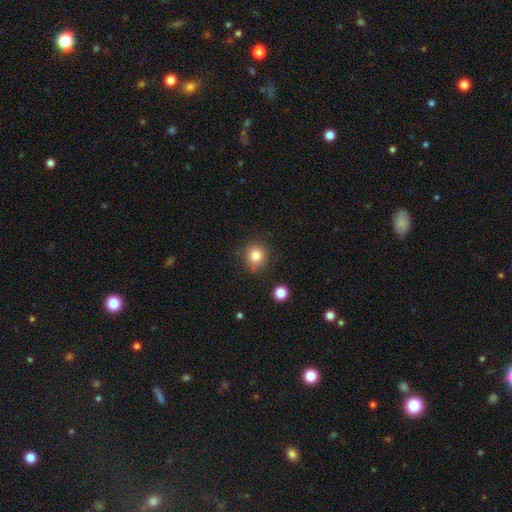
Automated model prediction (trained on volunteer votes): smooth-or-featured: smooth: 82% | star or artifact: 11% | featured or disk: 7%
  how-rounded: round: 89% | in between: 10% | cigar-shaped: 1%
  merging: none: 83% | minor disturbance: 11% | major disturbance: 3% | merger: 2%